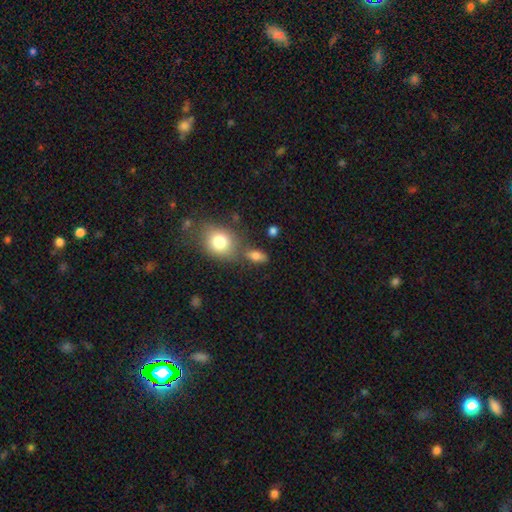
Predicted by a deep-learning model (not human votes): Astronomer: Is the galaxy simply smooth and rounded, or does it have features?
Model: smooth — 79%.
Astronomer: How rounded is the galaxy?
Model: in between — 77%.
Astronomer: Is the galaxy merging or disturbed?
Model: none — 64%.